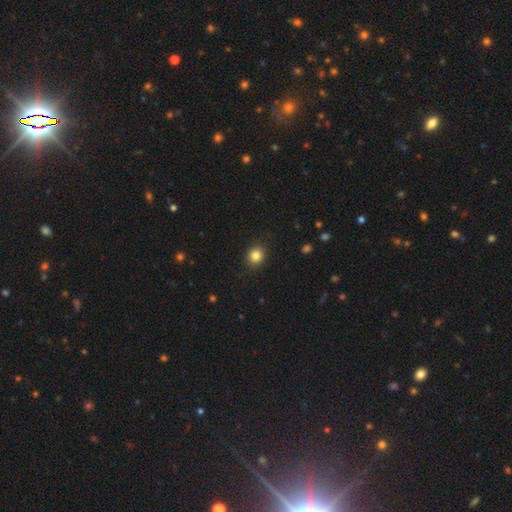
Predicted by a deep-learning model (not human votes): smooth_or_featured: smooth (p=0.84) [alt: star or artifact p=0.11]
how_rounded: round (p=0.77) [alt: in between p=0.22]
merging: none (p=0.90) [alt: minor disturbance p=0.07]